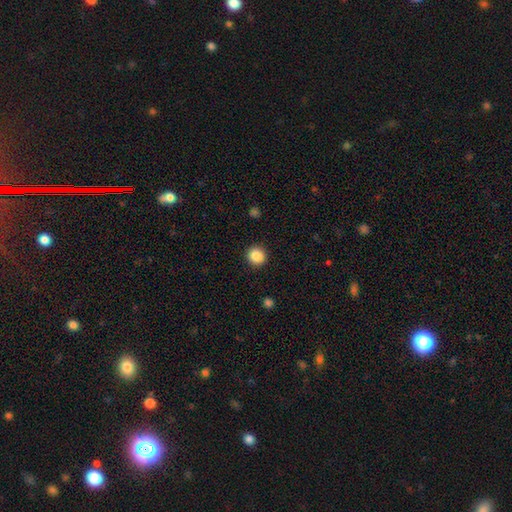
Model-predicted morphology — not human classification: Smooth or featured: smooth — 87% (star or artifact — 10%)
How rounded: round — 93% (in between — 6%)
Merging: none — 92% (minor disturbance — 5%)